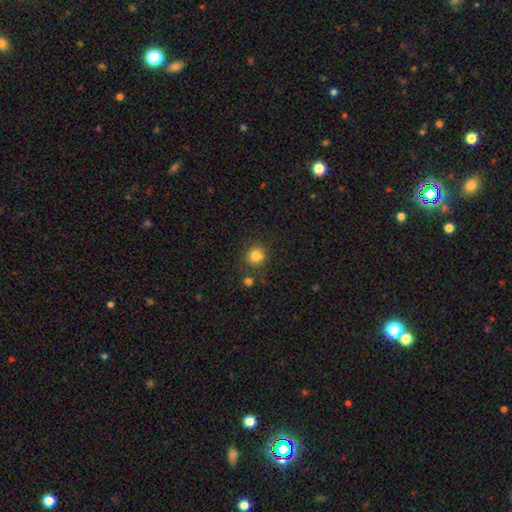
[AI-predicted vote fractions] Morphology: type=smooth (81%); roundness=round (88%); merging=none (75%).